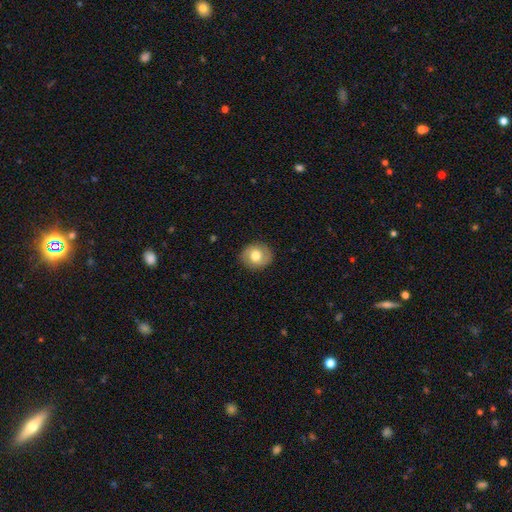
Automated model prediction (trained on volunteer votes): The model was most divided on "smooth or featured": smooth: 66%, featured or disk: 26%, star or artifact: 8%. More confident: merging — none (85%); how rounded — round (73%).